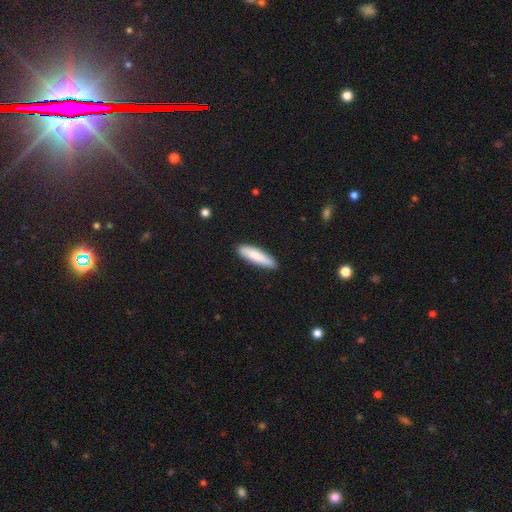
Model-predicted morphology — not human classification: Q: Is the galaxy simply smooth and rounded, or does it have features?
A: smooth — 83%.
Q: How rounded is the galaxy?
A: cigar-shaped — 75%.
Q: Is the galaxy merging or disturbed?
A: none — 88%.